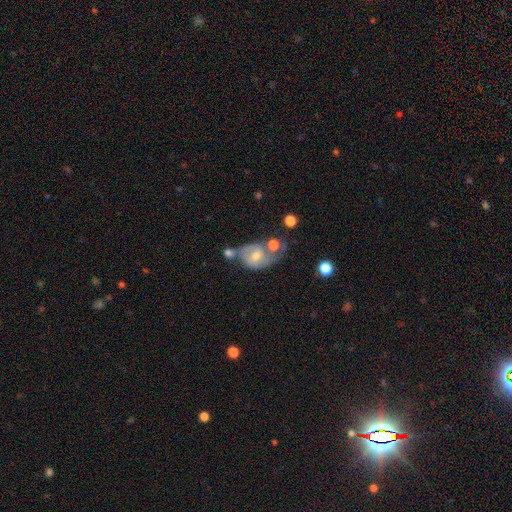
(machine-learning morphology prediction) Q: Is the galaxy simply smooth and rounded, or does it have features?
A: featured or disk — 60%.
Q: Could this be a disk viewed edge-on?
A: no — 96%.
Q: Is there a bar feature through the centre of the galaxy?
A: no — 53%.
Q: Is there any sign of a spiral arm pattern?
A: yes — 76%.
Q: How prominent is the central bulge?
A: moderate — 51%.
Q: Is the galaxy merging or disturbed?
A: none — 35%.